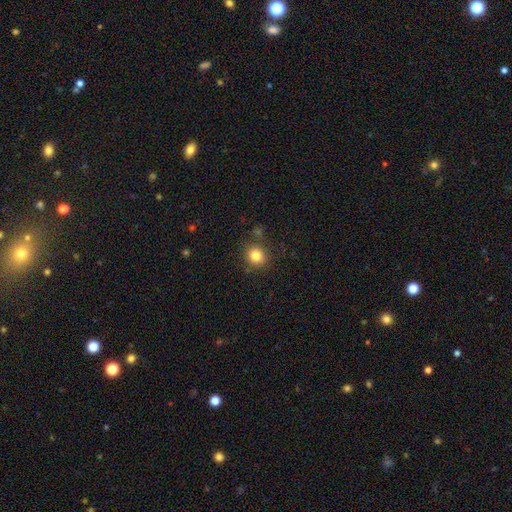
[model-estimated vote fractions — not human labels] This appears to be a smooth galaxy with no disk features (83%) that is round (82%). Merging: none (82%).